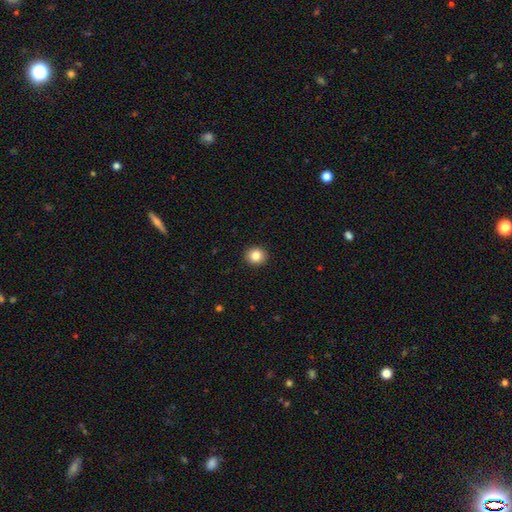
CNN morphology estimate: This appears to be a smooth galaxy with no disk features (84%) that is round (84%). Merging: none (93%).